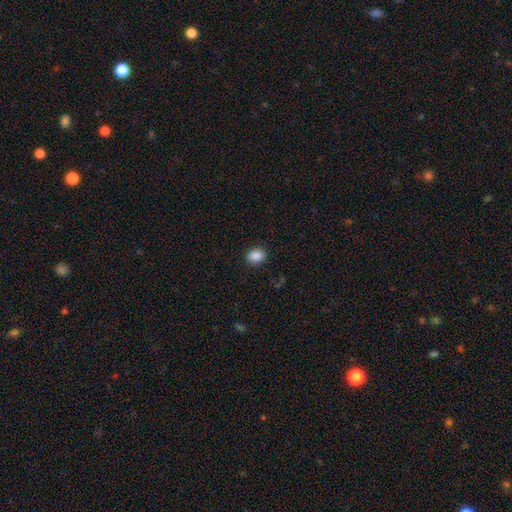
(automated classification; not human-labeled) Overall: smooth (88%). How rounded: in between (63%; round 36%). Merging: none (89%).